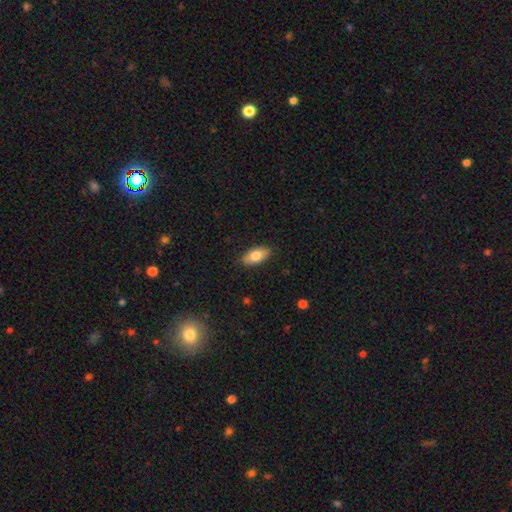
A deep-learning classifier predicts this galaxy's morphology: This is likely a smooth galaxy (78%). How rounded: clearly in between (91%). Merging: clearly none (88%).